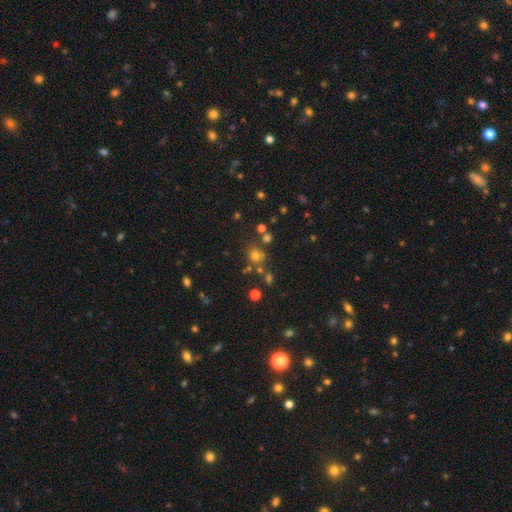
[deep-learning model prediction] Smooth or featured? Predicted: smooth (p=0.65). How rounded? Predicted: round (p=0.85). Merging? Predicted: none (p=0.67).